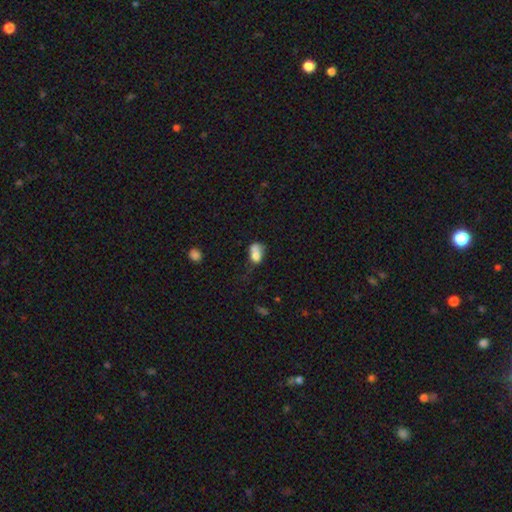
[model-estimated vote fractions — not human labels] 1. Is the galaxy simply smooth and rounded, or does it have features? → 70% smooth, 19% featured or disk, 11% star or artifact.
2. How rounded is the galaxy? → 68% in between, 30% round, 2% cigar-shaped.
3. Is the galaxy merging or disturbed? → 46% merger, 22% none, 17% minor disturbance, 15% major disturbance.